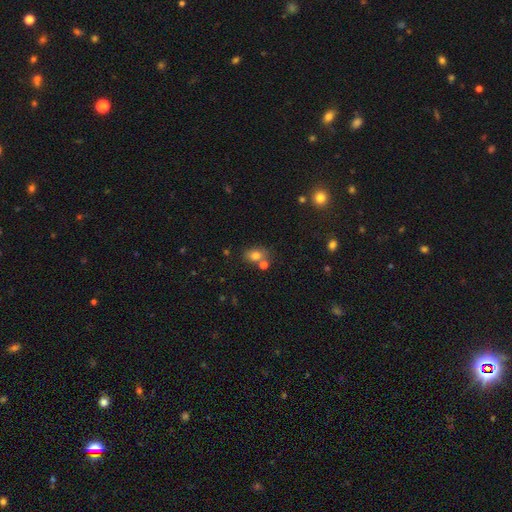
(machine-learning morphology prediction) type=smooth (76%); roundness=in between (63%); merging=none (57%).